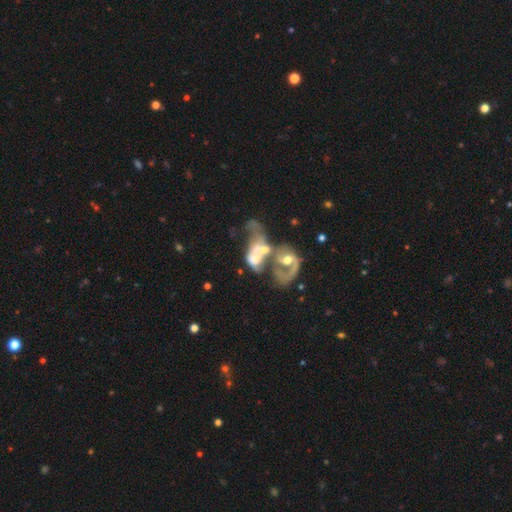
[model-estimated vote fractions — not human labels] A featured or disk galaxy (68%) with no bar (74%), no spiral arms (53%) and a moderate central bulge (52%). Merging: merger (73%).